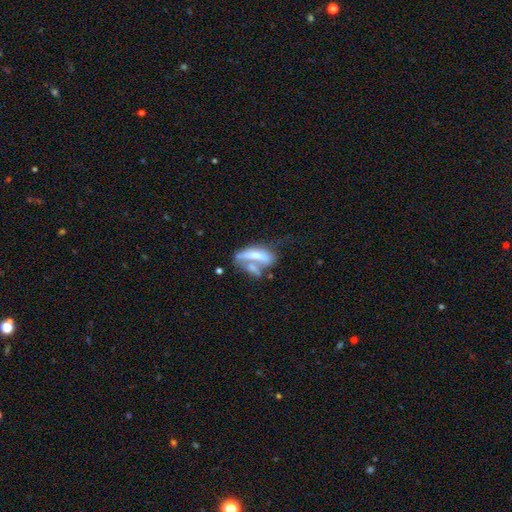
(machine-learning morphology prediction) This appears to be a smooth galaxy with no disk features (51%) that is in between round and cigar-shaped (48%, tied with cigar-shaped). Merging: merger (48%).